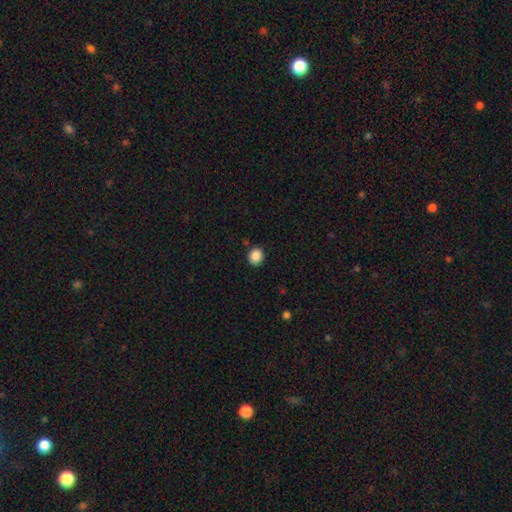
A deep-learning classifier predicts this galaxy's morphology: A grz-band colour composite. It shows a smooth galaxy with no disk features (88%) that is round (73%). Merging: none (88%).